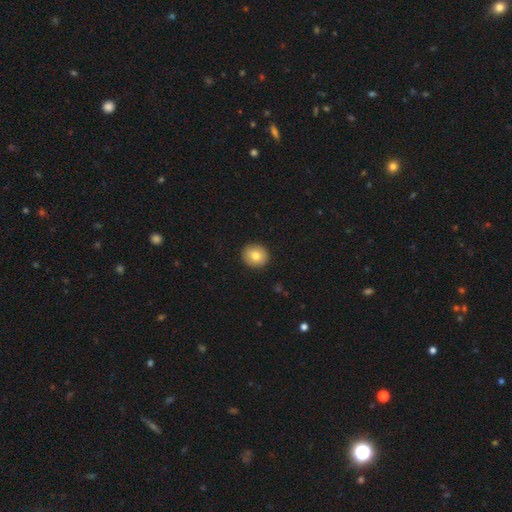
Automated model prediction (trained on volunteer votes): Smooth or featured: smooth — 78% (featured or disk — 13%)
How rounded: round — 86% (in between — 13%)
Merging: none — 92% (minor disturbance — 6%)